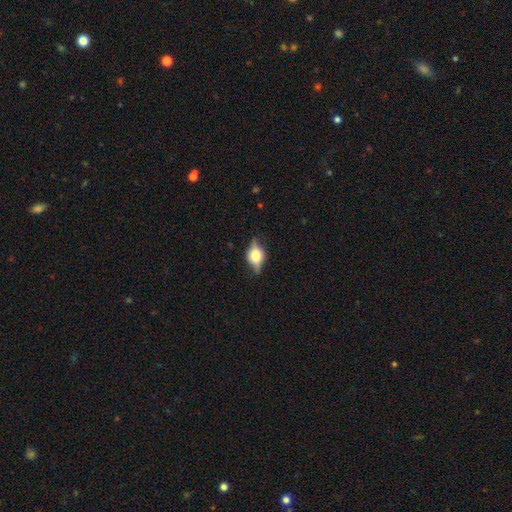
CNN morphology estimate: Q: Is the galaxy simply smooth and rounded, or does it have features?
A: featured or disk — 59%.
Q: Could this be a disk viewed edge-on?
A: yes — 91%.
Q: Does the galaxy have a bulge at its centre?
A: rounded — 90%.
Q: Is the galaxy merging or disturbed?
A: none — 73%.